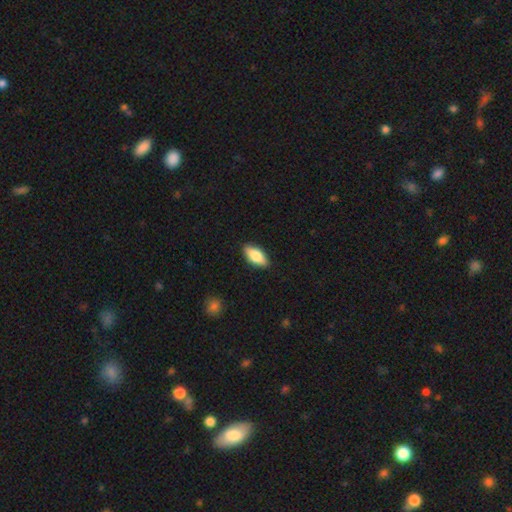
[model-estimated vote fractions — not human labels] Overall: smooth (79%). How rounded: in between (85%). Merging: none (89%).